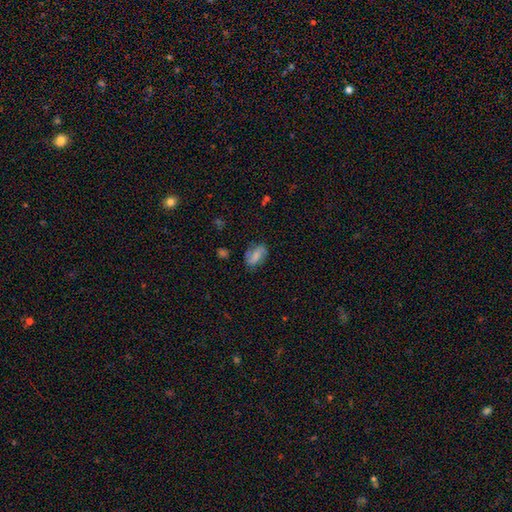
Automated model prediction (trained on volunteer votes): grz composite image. It shows a smooth galaxy with no disk features (58%) that is in between round and cigar-shaped (86%). Merging: none (68%).